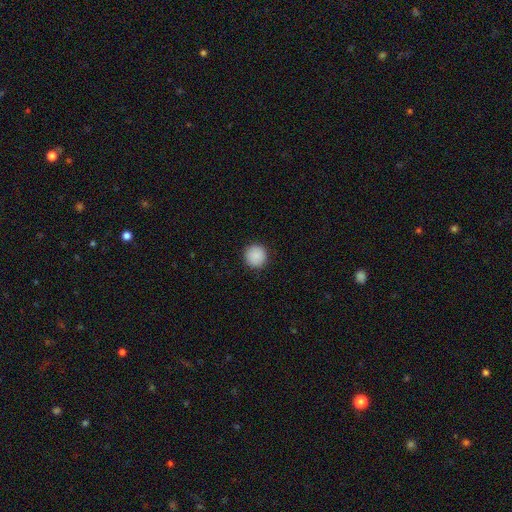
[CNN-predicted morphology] Q: Smooth or featured?
A: smooth (89%); runner-up: star or artifact (8%)
Q: How rounded?
A: round (95%); runner-up: in between (4%)
Q: Merging?
A: none (92%); runner-up: minor disturbance (5%)